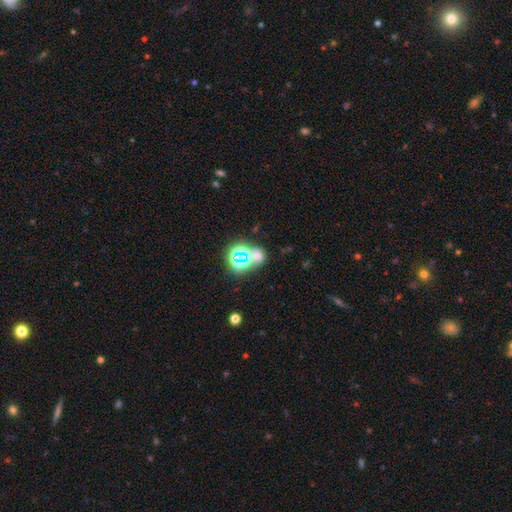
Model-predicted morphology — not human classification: This appears to be a star or artifact, not a galaxy (46%).